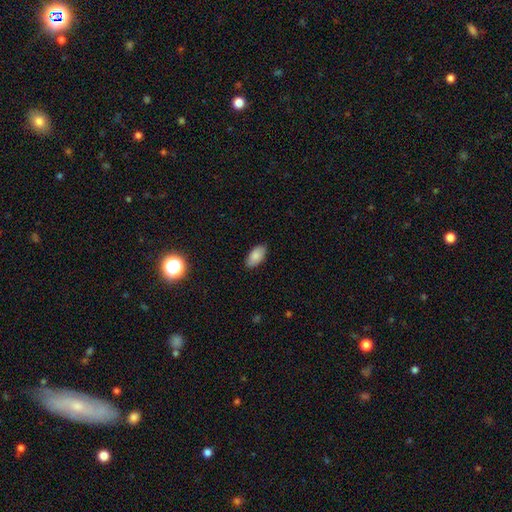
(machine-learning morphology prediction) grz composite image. It shows a smooth galaxy with no disk features (85%) that is in between round and cigar-shaped (94%). Merging: none (86%).